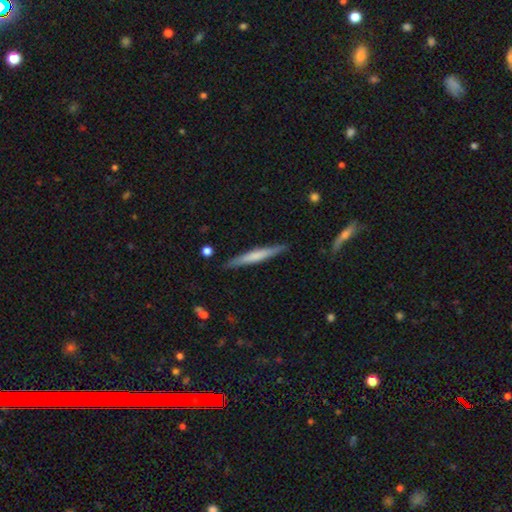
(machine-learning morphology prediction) smooth 51%, featured or disk 43%, star or artifact 5%. Down the decision tree: how rounded — cigar-shaped (95%); merging — none (89%).